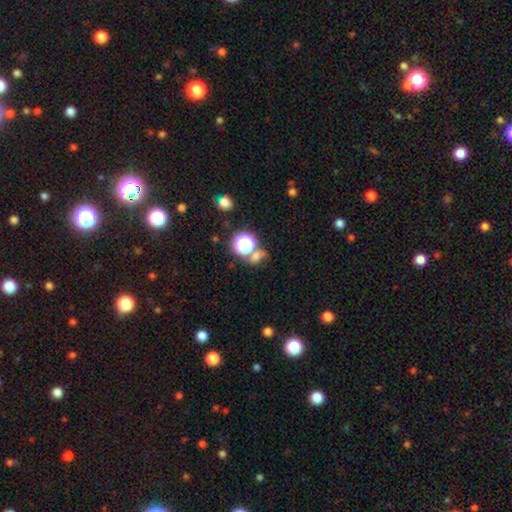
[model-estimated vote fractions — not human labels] Smooth or featured?
  - smooth: 60% *
  - star or artifact: 29%
  - featured or disk: 10%
How rounded?
  - round: 64% *
  - in between: 33%
  - cigar-shaped: 3%
Merging?
  - none: 56% *
  - merger: 25%
  - minor disturbance: 12%
  - major disturbance: 7%